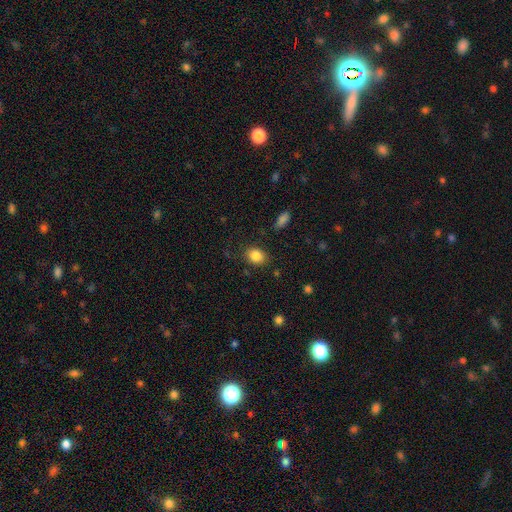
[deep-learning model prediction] Morphology: type=smooth (85%); roundness=in between (56%); merging=none (83%).